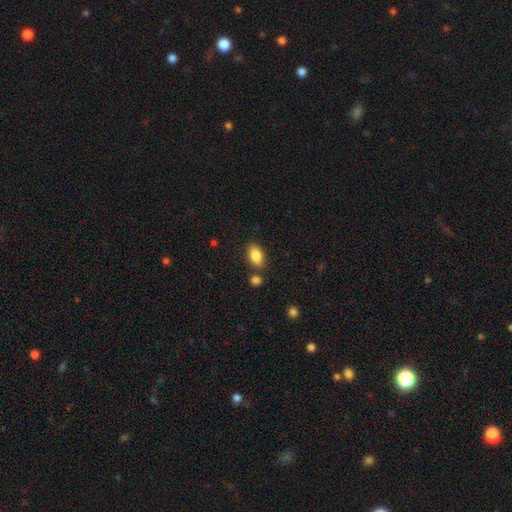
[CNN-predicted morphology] A smooth galaxy with no disk features (86%) that is in between round and cigar-shaped (90%). Merging: none (78%).